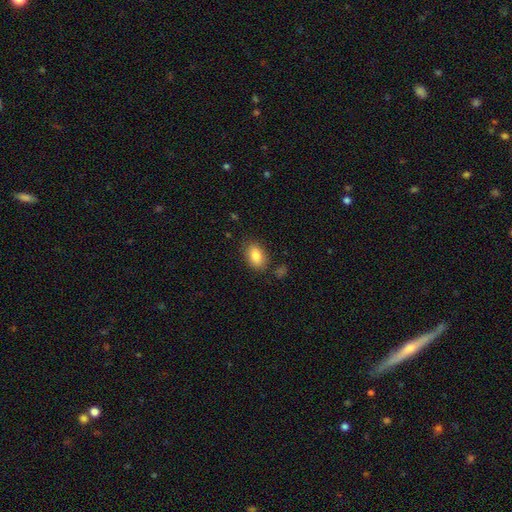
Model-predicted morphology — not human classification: Smooth or featured? Predicted: smooth (p=0.84). How rounded? Predicted: in between (p=0.87). Merging? Predicted: none (p=0.81).